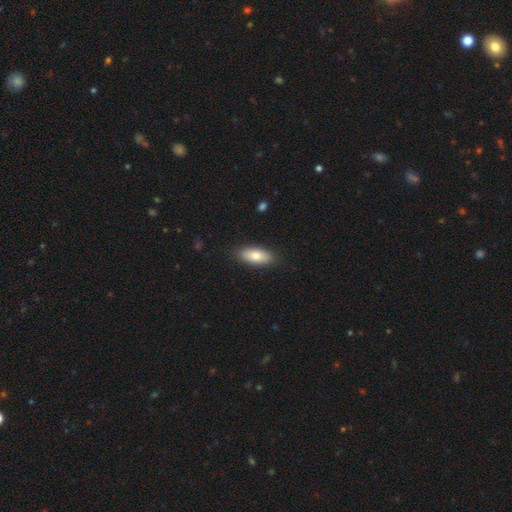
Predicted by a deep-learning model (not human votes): A smooth galaxy with no disk features (78%) that is in between round and cigar-shaped (80%).

Vote fractions:
- Smooth or featured? smooth: 78% / featured or disk: 16% / star or artifact: 6%
- How rounded? in between: 80% / cigar-shaped: 17% / round: 3%
- Merging? none: 88% / minor disturbance: 9% / major disturbance: 2% / merger: 1%